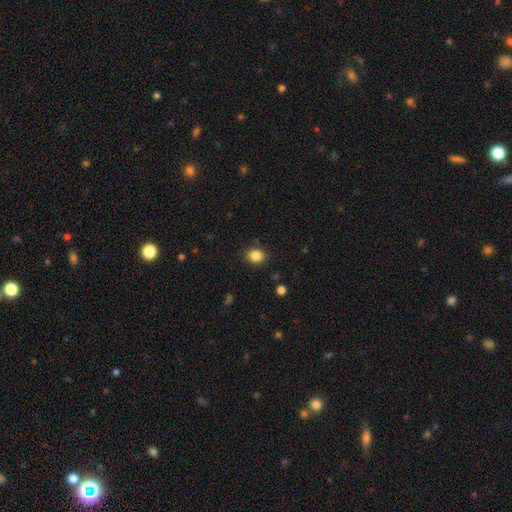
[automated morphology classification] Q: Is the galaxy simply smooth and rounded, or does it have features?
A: smooth — 86%.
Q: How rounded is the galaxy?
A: round — 58%.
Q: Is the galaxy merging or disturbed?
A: none — 87%.